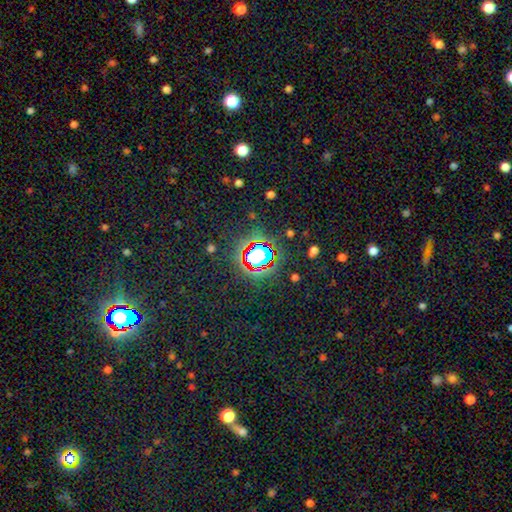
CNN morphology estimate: type=star or artifact (66%).